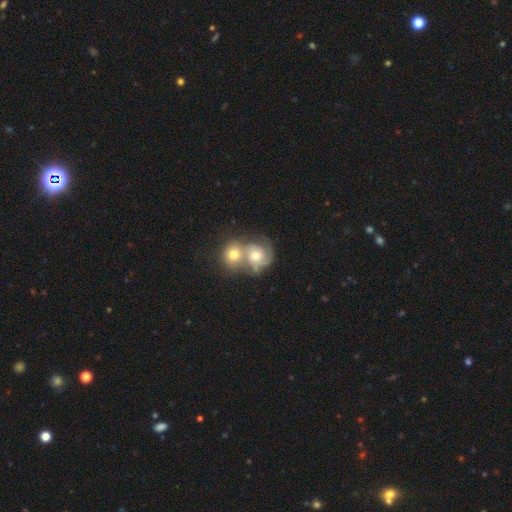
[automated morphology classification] type=featured or disk (54%); edge-on=no (97%); bar=no (81%); spiral arms=yes (77%); bulge=moderate (68%); merging=merger (64%).